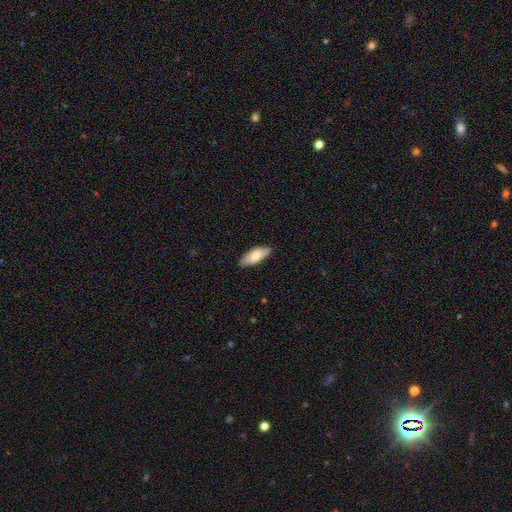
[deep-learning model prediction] A smooth galaxy with no disk features (75%) that is in between round and cigar-shaped (78%). Merging: none (84%).